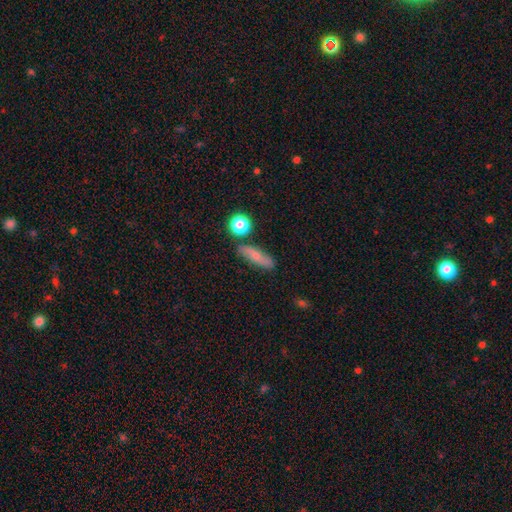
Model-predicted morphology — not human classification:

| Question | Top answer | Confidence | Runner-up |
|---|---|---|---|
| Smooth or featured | smooth | 65% | featured or disk (26%) |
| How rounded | cigar-shaped | 59% | in between (34%) |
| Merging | none | 76% | minor disturbance (15%) |